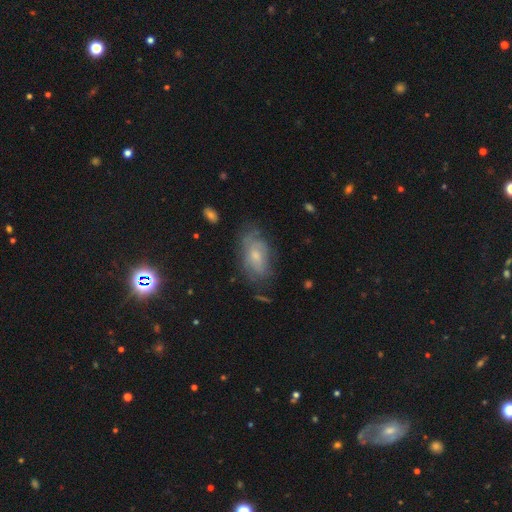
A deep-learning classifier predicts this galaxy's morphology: A smooth galaxy with no disk features (46%). Merging: none (61%).